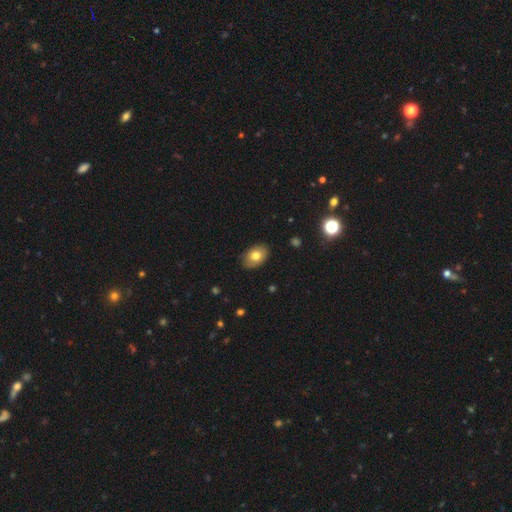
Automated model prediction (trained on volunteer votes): smooth-or-featured: smooth: 76% | featured or disk: 16% | star or artifact: 8%
  how-rounded: in between: 85% | round: 14% | cigar-shaped: 1%
  merging: none: 86% | minor disturbance: 11% | major disturbance: 2% | merger: 1%